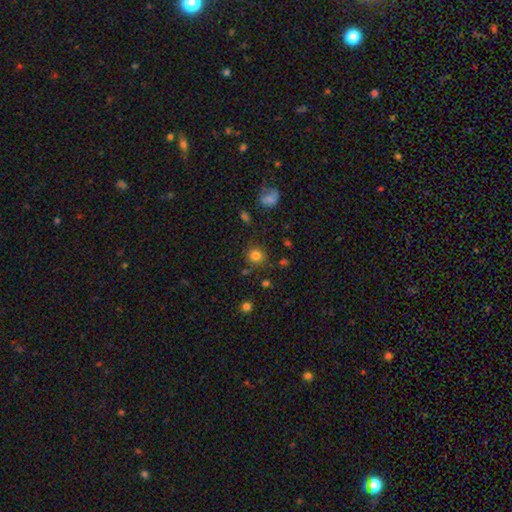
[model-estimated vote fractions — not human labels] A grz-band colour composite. It shows a smooth galaxy with no disk features (81%) that is round (90%). Merging: none (82%).